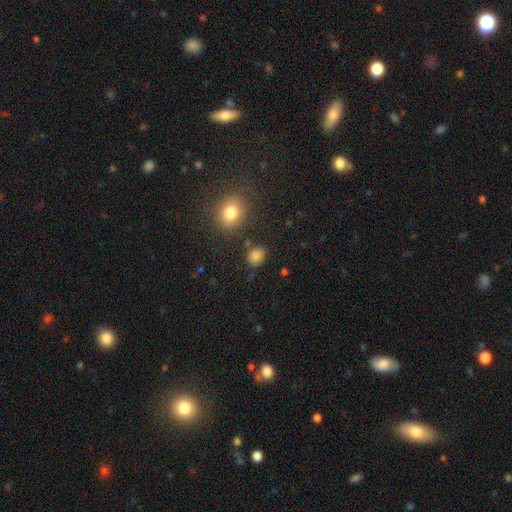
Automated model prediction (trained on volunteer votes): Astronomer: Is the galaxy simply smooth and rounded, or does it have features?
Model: smooth — 82%.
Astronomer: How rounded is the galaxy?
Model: round — 58% (runner-up: in between, 41%).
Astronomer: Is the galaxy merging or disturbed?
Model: none — 80%.